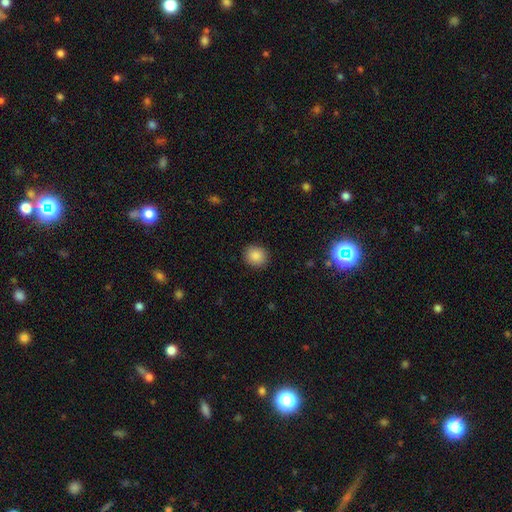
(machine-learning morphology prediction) smooth_or_featured: smooth (p=0.87) [alt: star or artifact p=0.09]
how_rounded: round (p=0.81) [alt: in between p=0.18]
merging: none (p=0.90) [alt: minor disturbance p=0.06]